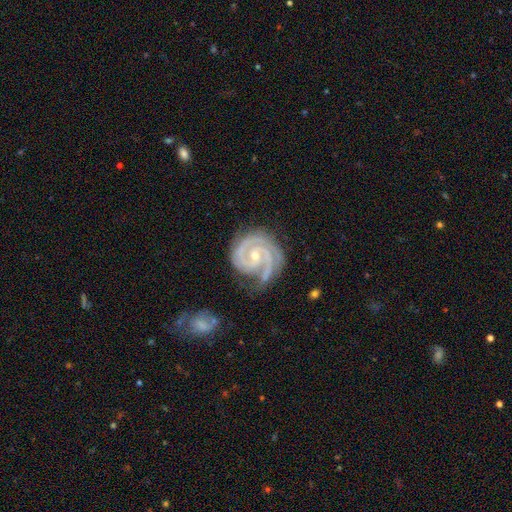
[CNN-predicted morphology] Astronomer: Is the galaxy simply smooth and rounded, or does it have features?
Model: featured or disk — 93%.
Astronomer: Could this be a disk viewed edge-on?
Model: no — 98%.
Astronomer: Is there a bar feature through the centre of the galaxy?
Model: no — 56%.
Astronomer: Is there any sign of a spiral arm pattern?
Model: yes — 99%.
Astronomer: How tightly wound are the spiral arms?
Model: tight — 72%.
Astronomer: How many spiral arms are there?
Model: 2 — 49% (runner-up: 3, 37%).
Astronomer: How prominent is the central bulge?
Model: small — 65%.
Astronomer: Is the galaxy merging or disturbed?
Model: none — 65%.